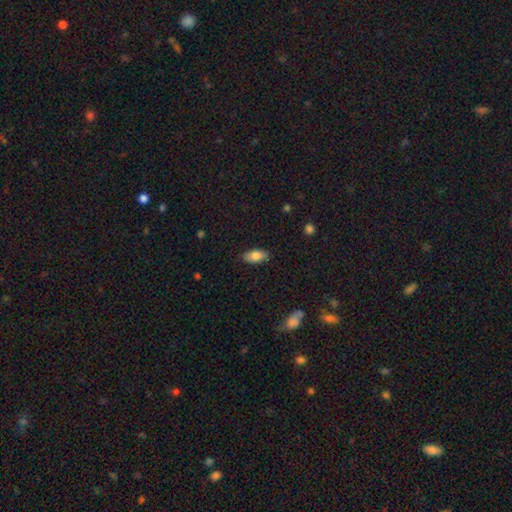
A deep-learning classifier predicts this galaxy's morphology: Overall: smooth (82%). How rounded: in between (90%). Merging: none (86%).